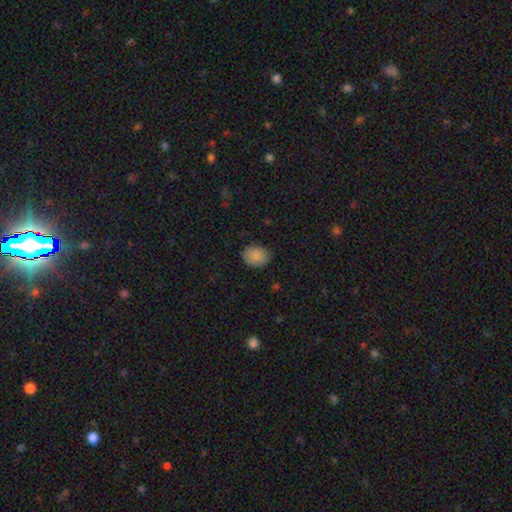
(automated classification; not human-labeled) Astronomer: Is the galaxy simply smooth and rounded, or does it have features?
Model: smooth — 88%.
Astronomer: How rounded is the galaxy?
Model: in between — 55% (runner-up: round, 44%).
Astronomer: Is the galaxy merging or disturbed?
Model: none — 80%.